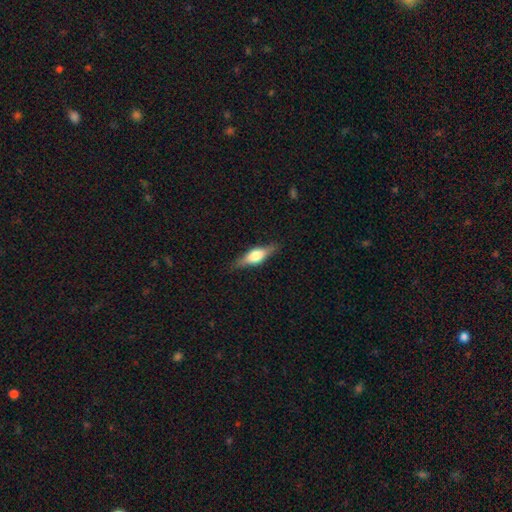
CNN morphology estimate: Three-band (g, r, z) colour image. It shows a featured or disk galaxy (53%) viewed edge-on (93%). Merging: none (84%).